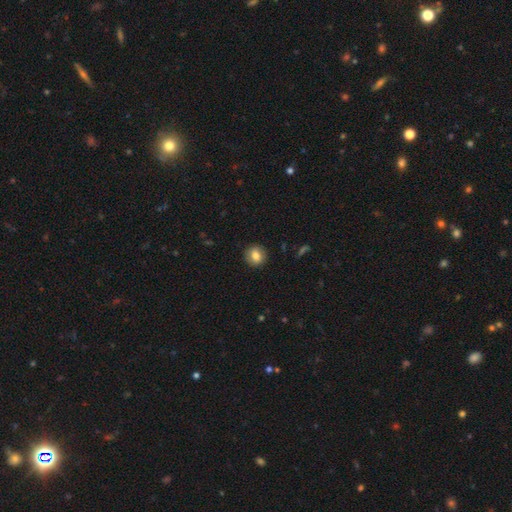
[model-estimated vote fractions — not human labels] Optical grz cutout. It shows a smooth galaxy with no disk features (79%) that is round (81%). Merging: none (90%).